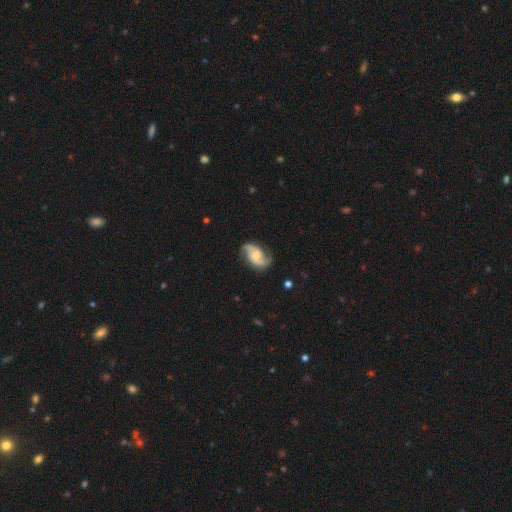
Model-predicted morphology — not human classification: Q: Smooth or featured?
A: featured or disk (86%); runner-up: smooth (9%)
Q: Edge-on disk?
A: no (97%); runner-up: yes (3%)
Q: Bar?
A: no (55%); runner-up: weak (35%)
Q: Spiral arms?
A: yes (97%); runner-up: no (3%)
Q: Spiral winding?
A: medium (44%); runner-up: loose (42%)
Q: Spiral arm count?
A: 2 (92%); runner-up: can't tell (3%)
Q: Bulge size?
A: moderate (47%); runner-up: small (42%)
Q: Merging?
A: none (78%); runner-up: minor disturbance (15%)